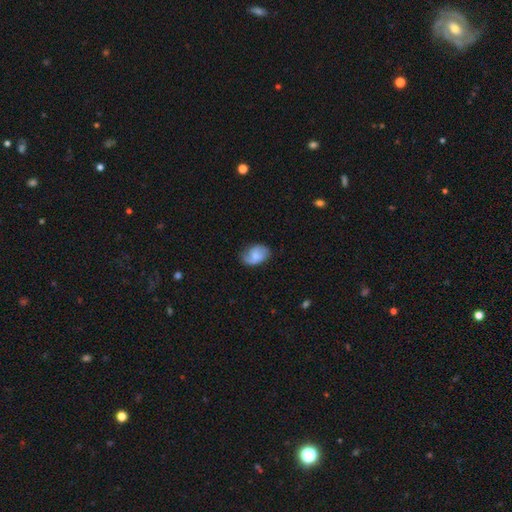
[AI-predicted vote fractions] A smooth galaxy with no disk features (56%) that is in between round and cigar-shaped (82%).

Vote fractions:
- Smooth or featured? smooth: 56% / featured or disk: 36% / star or artifact: 7%
- How rounded? in between: 82% / round: 17% / cigar-shaped: 1%
- Merging? none: 70% / minor disturbance: 23% / major disturbance: 6% / merger: 1%